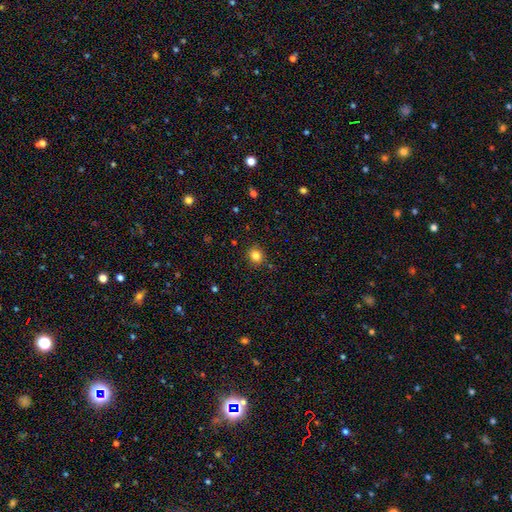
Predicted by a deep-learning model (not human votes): Smooth or featured? Predicted: smooth (p=0.83). How rounded? Predicted: round (p=0.75). Merging? Predicted: none (p=0.87).